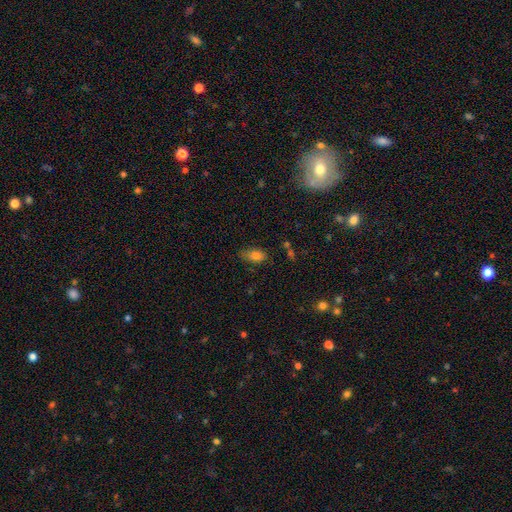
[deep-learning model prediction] smooth 80%, star or artifact 13%, featured or disk 7%. Down the decision tree: how rounded — in between (87%); merging — none (67%).